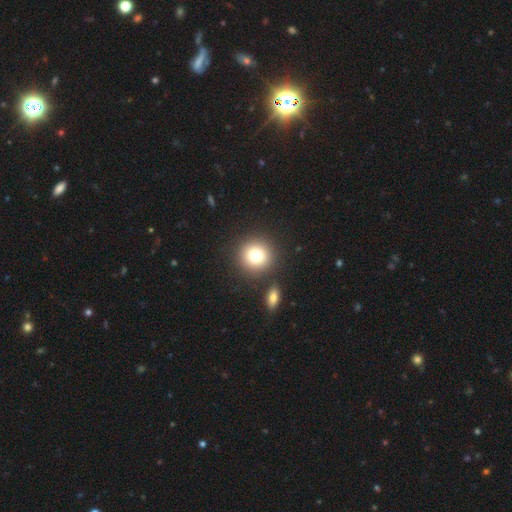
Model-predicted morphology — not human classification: type=smooth (77%); roundness=round (93%); merging=none (82%).